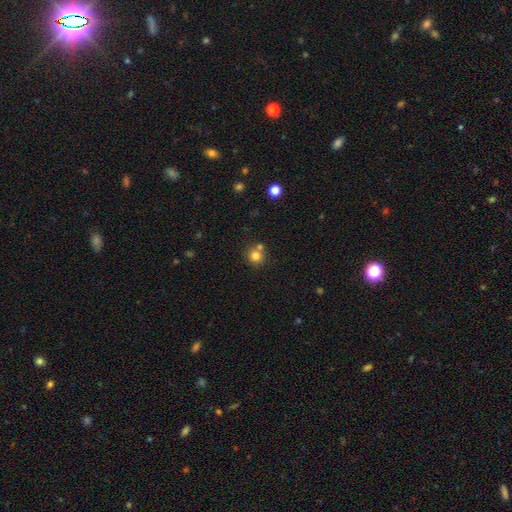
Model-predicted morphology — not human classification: A smooth galaxy with no disk features (80%) that is round (92%). Merging: none (65%).